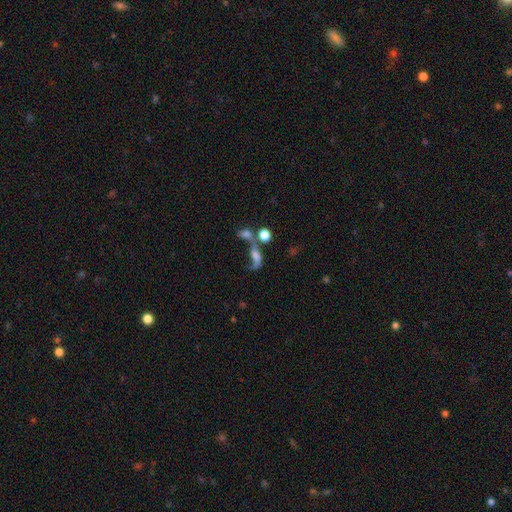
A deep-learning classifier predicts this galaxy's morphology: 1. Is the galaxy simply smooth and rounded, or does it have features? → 44% smooth, 37% featured or disk, 18% star or artifact.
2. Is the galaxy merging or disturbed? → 46% merger, 22% none, 22% major disturbance, 10% minor disturbance.